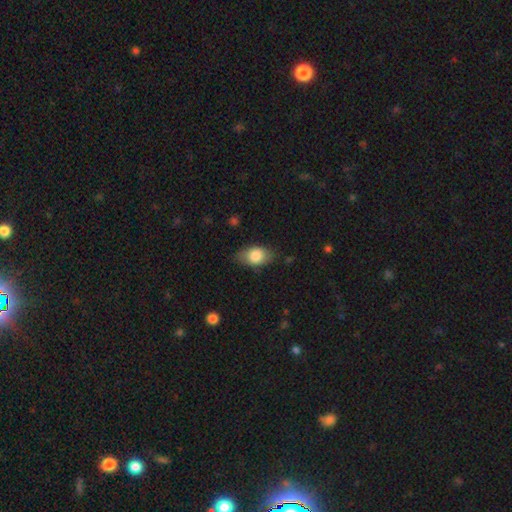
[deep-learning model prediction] Q: Smooth or featured?
A: smooth (80%); runner-up: featured or disk (13%)
Q: How rounded?
A: in between (87%); runner-up: round (10%)
Q: Merging?
A: none (76%); runner-up: minor disturbance (18%)